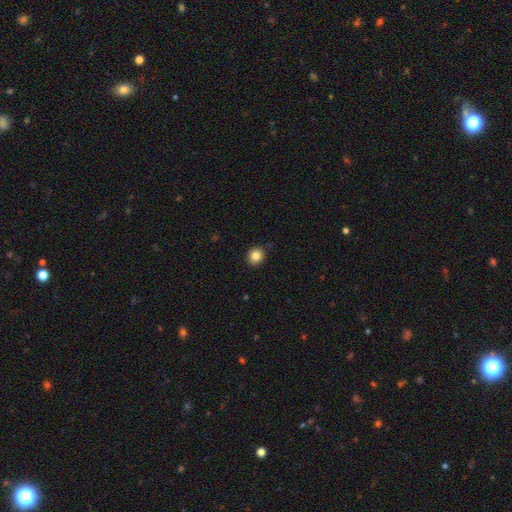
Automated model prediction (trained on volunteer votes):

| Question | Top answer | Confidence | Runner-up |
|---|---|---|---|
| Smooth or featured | smooth | 85% | star or artifact (10%) |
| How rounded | round | 81% | in between (18%) |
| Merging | none | 87% | minor disturbance (10%) |